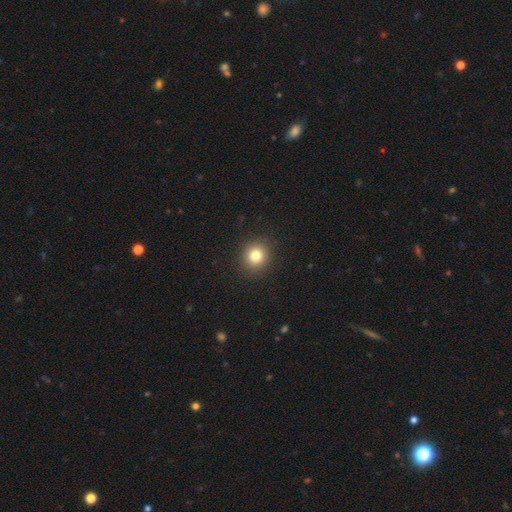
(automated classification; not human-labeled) Smooth or featured: smooth — 81% (star or artifact — 12%)
How rounded: round — 88% (in between — 11%)
Merging: none — 92% (minor disturbance — 5%)